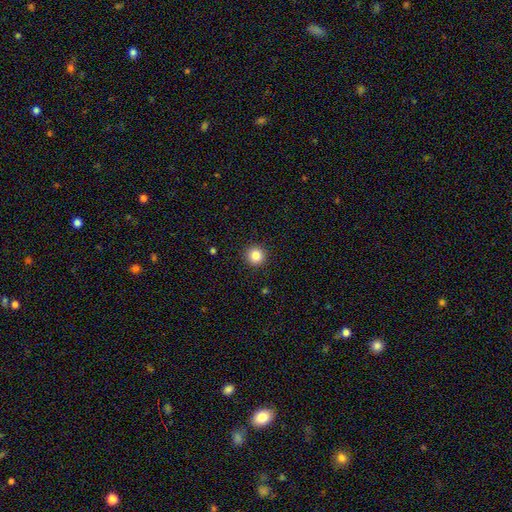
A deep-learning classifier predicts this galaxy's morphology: Smooth or featured? Predicted: smooth (p=0.85). How rounded? Predicted: round (p=0.95). Merging? Predicted: none (p=0.93).